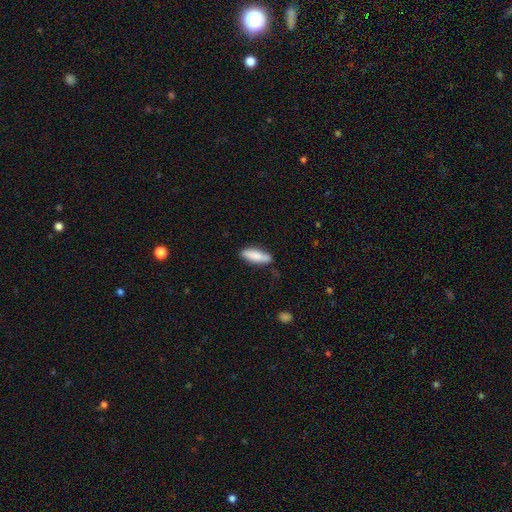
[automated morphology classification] Q: Smooth or featured?
A: smooth (80%); runner-up: featured or disk (14%)
Q: How rounded?
A: cigar-shaped (53%); runner-up: in between (45%)
Q: Merging?
A: none (78%); runner-up: minor disturbance (16%)